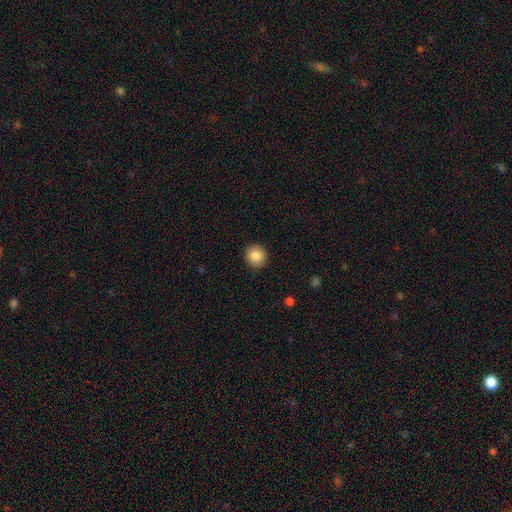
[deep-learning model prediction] Smooth or featured? smooth (88%)
How rounded? round (93%)
Merging? none (91%)